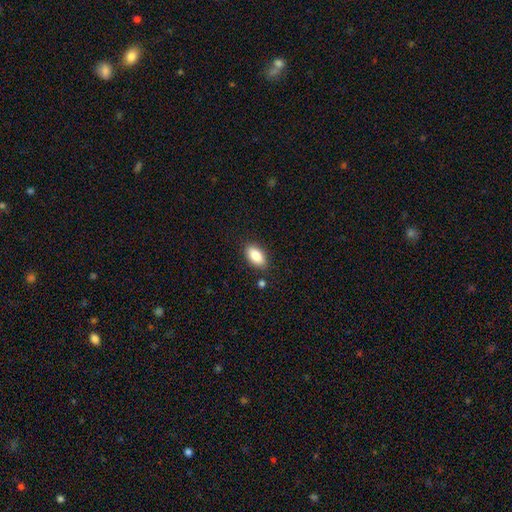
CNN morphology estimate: Smooth or featured: smooth — 85% (featured or disk — 7%)
How rounded: in between — 92% (cigar-shaped — 5%)
Merging: none — 86% (minor disturbance — 10%)